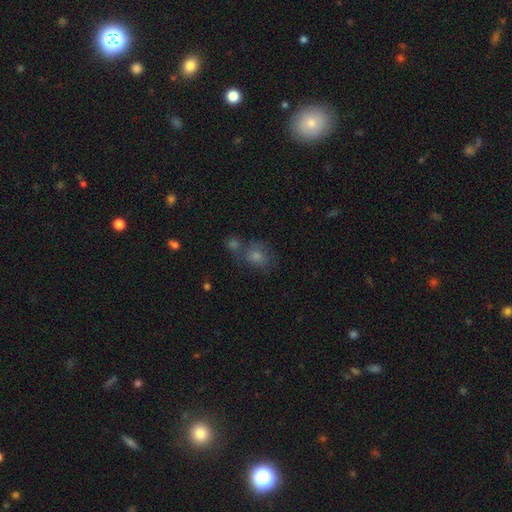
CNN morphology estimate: Smooth or featured? smooth (54%)
How rounded? round (65%)
Merging? none (61%)